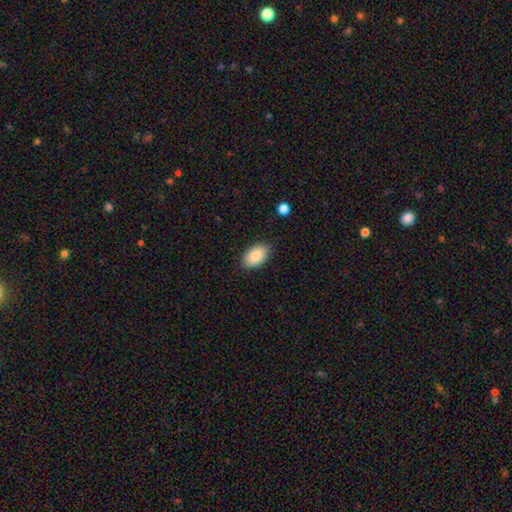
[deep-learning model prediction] smooth-or-featured: smooth: 86% | featured or disk: 8% | star or artifact: 7%
  how-rounded: in between: 93% | round: 6% | cigar-shaped: 1%
  merging: none: 86% | minor disturbance: 11% | major disturbance: 2% | merger: 1%